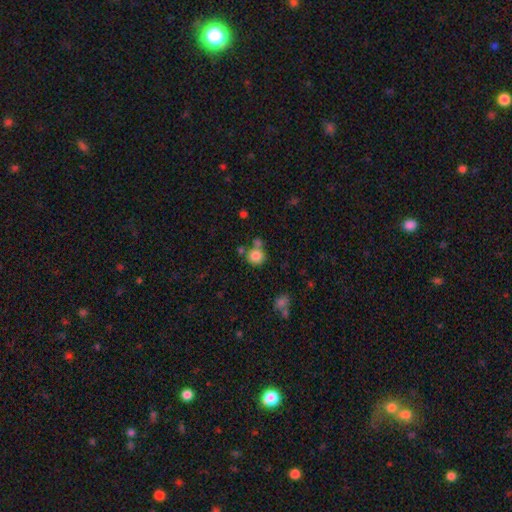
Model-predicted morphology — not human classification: Q: Smooth or featured?
A: smooth (82%); runner-up: star or artifact (11%)
Q: How rounded?
A: round (87%); runner-up: in between (12%)
Q: Merging?
A: none (61%); runner-up: merger (23%)